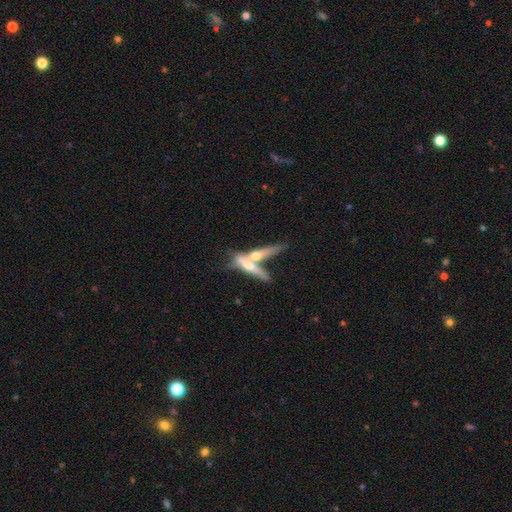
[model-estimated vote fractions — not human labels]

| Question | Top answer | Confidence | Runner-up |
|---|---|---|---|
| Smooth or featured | featured or disk | 51% | smooth (42%) |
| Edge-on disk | yes | 80% | no (20%) |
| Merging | merger | 56% | none (29%) |